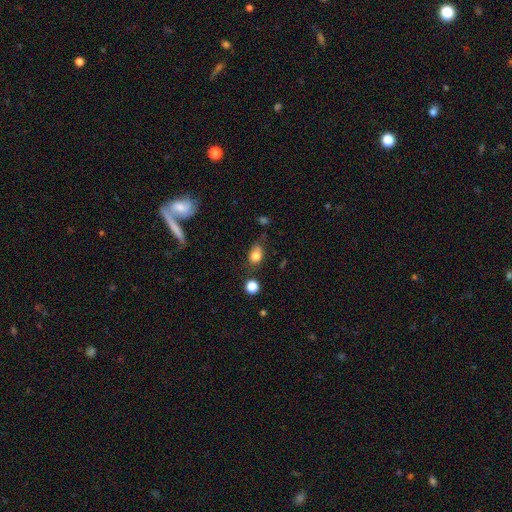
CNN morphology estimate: Smooth or featured?
  - smooth: 81% *
  - star or artifact: 10%
  - featured or disk: 9%
How rounded?
  - in between: 71% *
  - round: 27%
  - cigar-shaped: 2%
Merging?
  - none: 62% *
  - minor disturbance: 26%
  - major disturbance: 7%
  - merger: 5%